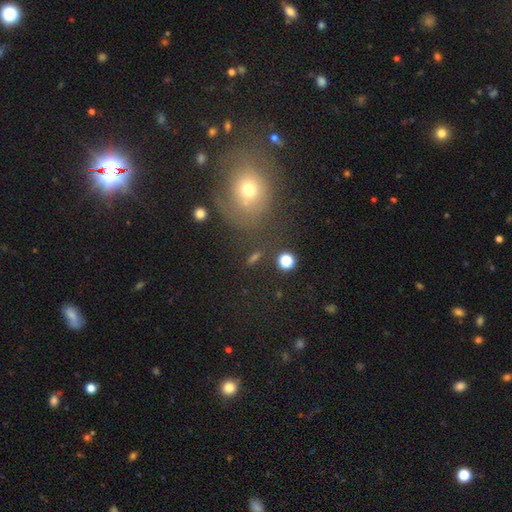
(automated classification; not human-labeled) A smooth galaxy with no disk features (50%) that is round (59%). Merging: none (66%).